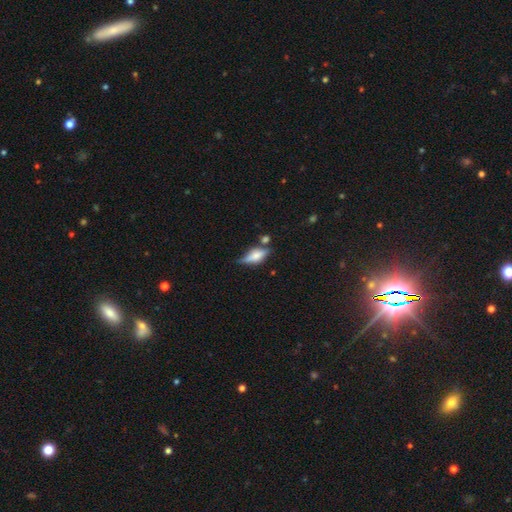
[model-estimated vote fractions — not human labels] Overall: smooth (47%; featured or disk 45%). Merging: none (56%; minor disturbance 24%).